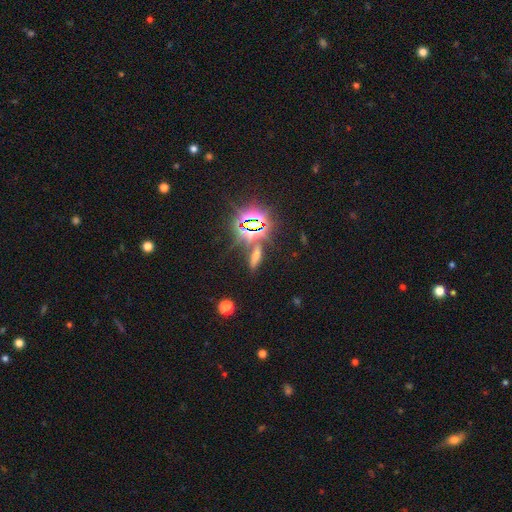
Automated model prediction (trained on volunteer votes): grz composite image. It shows a smooth galaxy with no disk features (45%). Merging: none (72%).